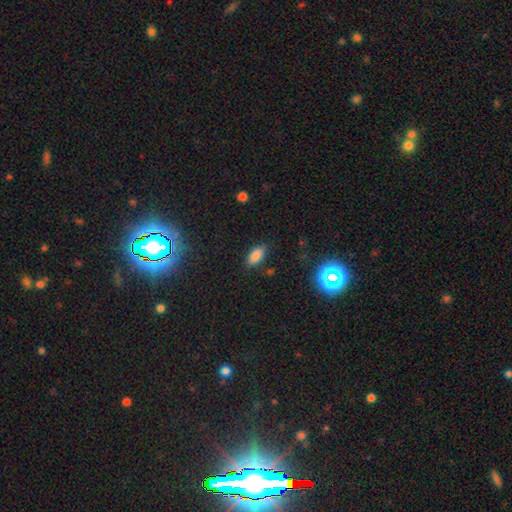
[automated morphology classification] Overall: smooth (81%). How rounded: in between (87%). Merging: none (81%).